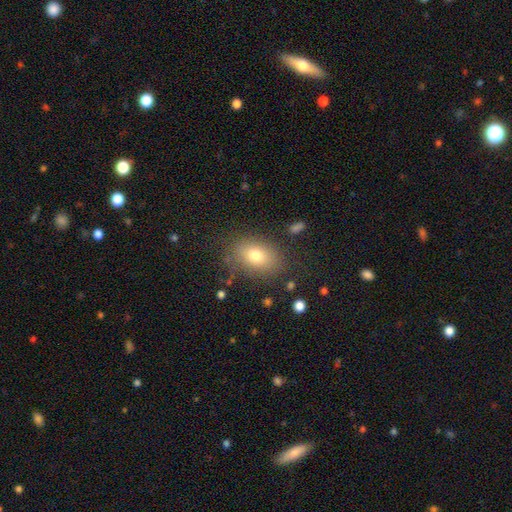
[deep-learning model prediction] Smooth or featured?
  - smooth: 75% *
  - featured or disk: 14%
  - star or artifact: 11%
How rounded?
  - in between: 78% *
  - round: 20%
  - cigar-shaped: 1%
Merging?
  - none: 80% *
  - minor disturbance: 13%
  - major disturbance: 5%
  - merger: 2%